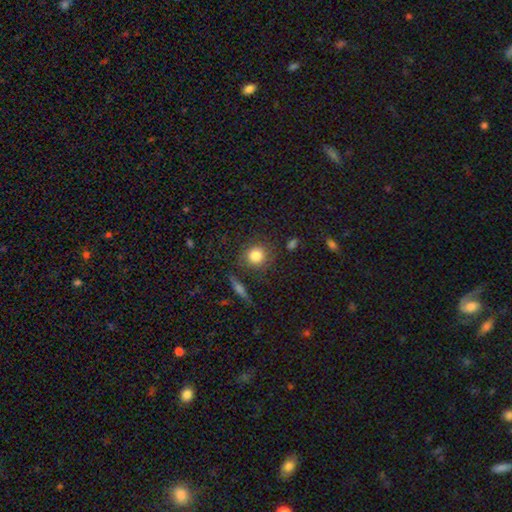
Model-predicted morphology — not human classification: Smooth or featured?
  - smooth: 83% *
  - star or artifact: 9%
  - featured or disk: 8%
How rounded?
  - round: 87% *
  - in between: 11%
  - cigar-shaped: 1%
Merging?
  - none: 80% *
  - minor disturbance: 12%
  - major disturbance: 4%
  - merger: 4%